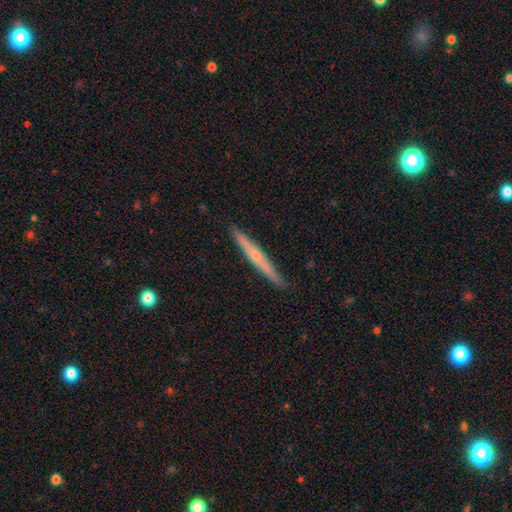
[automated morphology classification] A featured or disk galaxy (64%) viewed edge-on (97%) with a rounded central bulge (62%).

Vote fractions:
- Smooth or featured? featured or disk: 64% / smooth: 31% / star or artifact: 6%
- Edge-on disk? yes: 97% / no: 3%
- Edge-on bulge? rounded: 62% / none: 34% / boxy: 4%
- Merging? none: 91% / minor disturbance: 7% / major disturbance: 1% / merger: 1%